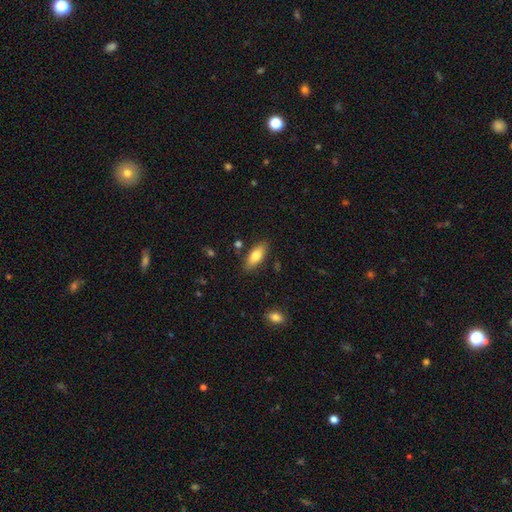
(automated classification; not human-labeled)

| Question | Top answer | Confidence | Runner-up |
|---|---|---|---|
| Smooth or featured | smooth | 76% | featured or disk (18%) |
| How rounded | in between | 74% | cigar-shaped (24%) |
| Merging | none | 83% | minor disturbance (12%) |